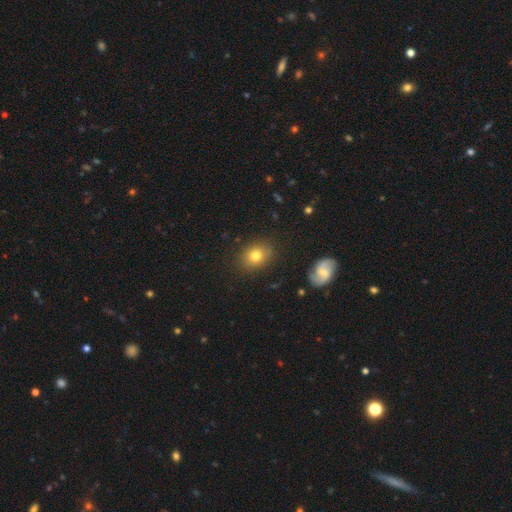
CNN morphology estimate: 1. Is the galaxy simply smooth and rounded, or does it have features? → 76% smooth, 13% featured or disk, 11% star or artifact.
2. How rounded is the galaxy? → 49% in between (tied), 49% round (tied), 1% cigar-shaped.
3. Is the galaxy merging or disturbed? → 84% none, 11% minor disturbance, 3% major disturbance, 2% merger.